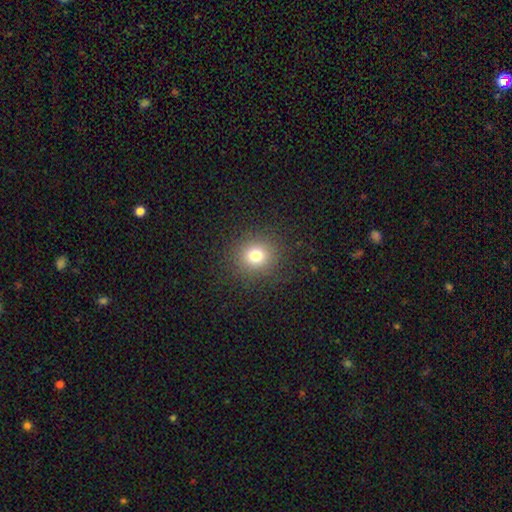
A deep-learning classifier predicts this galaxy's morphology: Smooth or featured? Predicted: smooth (p=0.76). How rounded? Predicted: round (p=0.87). Merging? Predicted: none (p=0.89).